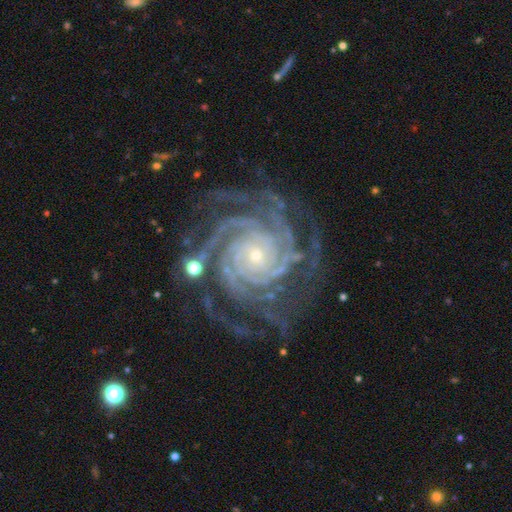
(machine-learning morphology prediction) Smooth or featured? Predicted: featured or disk (p=0.93). Edge-on disk? Predicted: no (p=0.98). Bar? Predicted: no (p=0.74). Spiral arms? Predicted: yes (p=0.99). Spiral winding? Predicted: tight (p=0.82). Spiral arm count? Predicted: 4 (p=0.34). Bulge size? Predicted: small (p=0.81). Merging? Predicted: none (p=0.75).